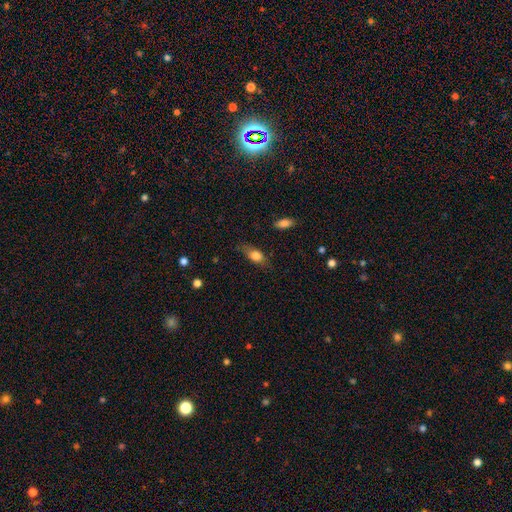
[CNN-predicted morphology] smooth_or_featured: smooth (p=0.78) [alt: featured or disk p=0.14]
how_rounded: in between (p=0.78) [alt: cigar-shaped p=0.13]
merging: none (p=0.70) [alt: minor disturbance p=0.22]